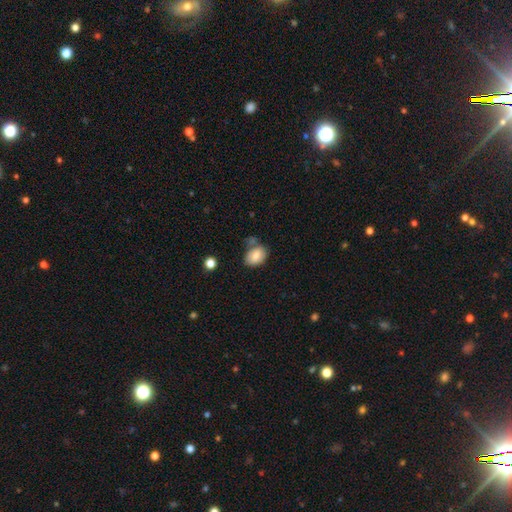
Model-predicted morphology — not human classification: The model was most divided on "merging": none: 53%, minor disturbance: 24%, merger: 15%, major disturbance: 8%. More confident: smooth or featured — smooth (81%); how rounded — in between (81%).